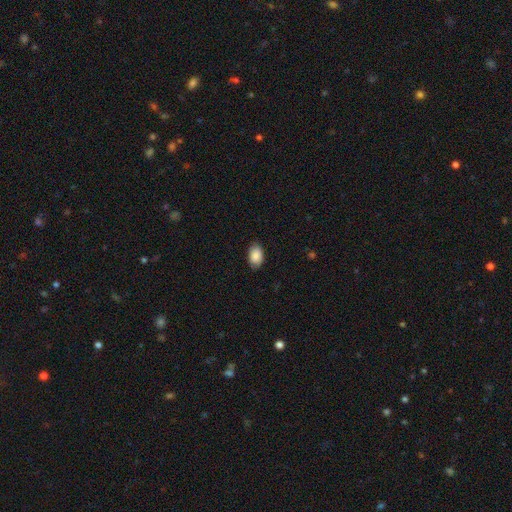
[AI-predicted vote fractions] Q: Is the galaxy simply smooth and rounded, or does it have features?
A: smooth — 88%.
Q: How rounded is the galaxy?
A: in between — 91%.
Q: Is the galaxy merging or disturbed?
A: none — 85%.